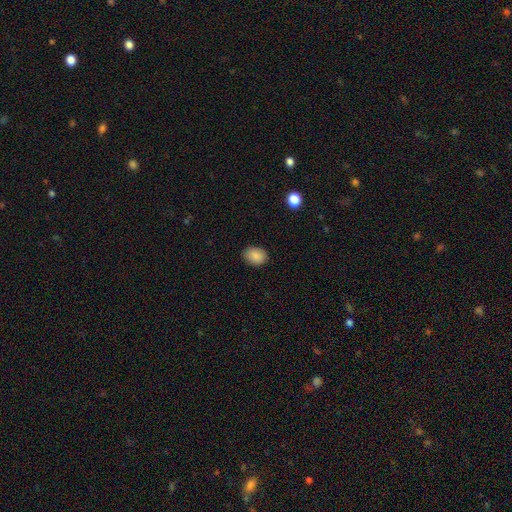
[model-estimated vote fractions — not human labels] Q: Smooth or featured?
A: smooth (88%); runner-up: star or artifact (8%)
Q: How rounded?
A: in between (73%); runner-up: round (26%)
Q: Merging?
A: none (86%); runner-up: minor disturbance (10%)